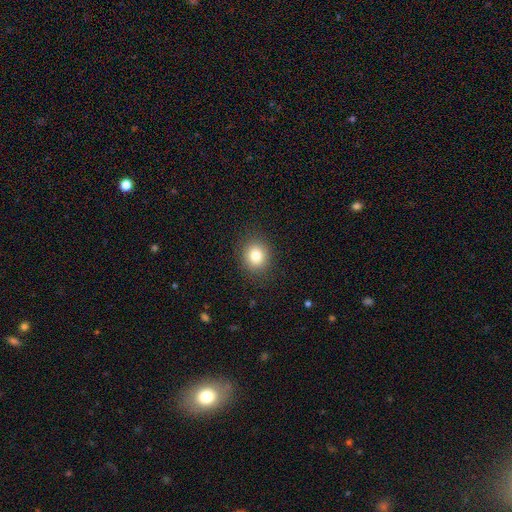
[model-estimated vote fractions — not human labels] Q: Smooth or featured?
A: smooth (81%); runner-up: star or artifact (11%)
Q: How rounded?
A: round (74%); runner-up: in between (25%)
Q: Merging?
A: none (88%); runner-up: minor disturbance (8%)